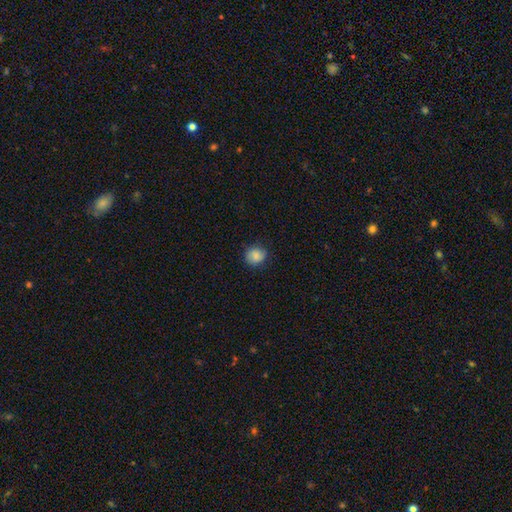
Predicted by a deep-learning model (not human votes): Smooth or featured? smooth (83%)
How rounded? round (82%)
Merging? none (83%)